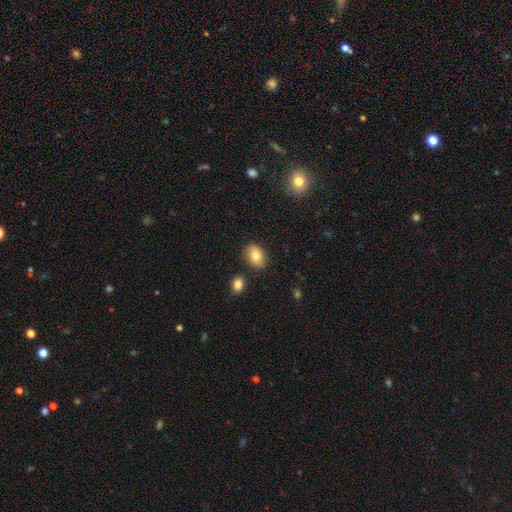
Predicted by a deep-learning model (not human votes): Overall: smooth (80%). How rounded: in between (79%). Merging: none (84%).